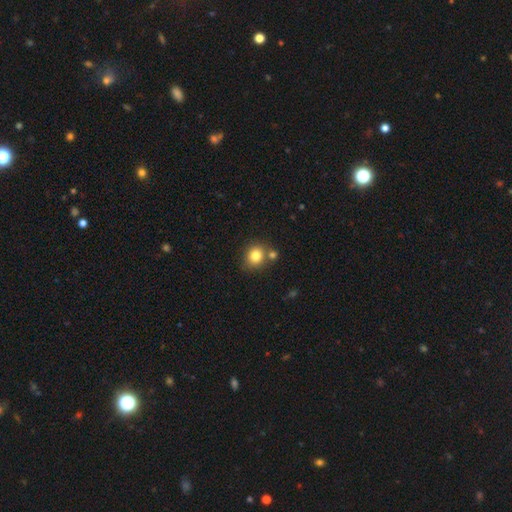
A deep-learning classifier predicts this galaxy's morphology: Smooth or featured: smooth — 82% (star or artifact — 10%)
How rounded: round — 79% (in between — 20%)
Merging: none — 67% (merger — 19%)